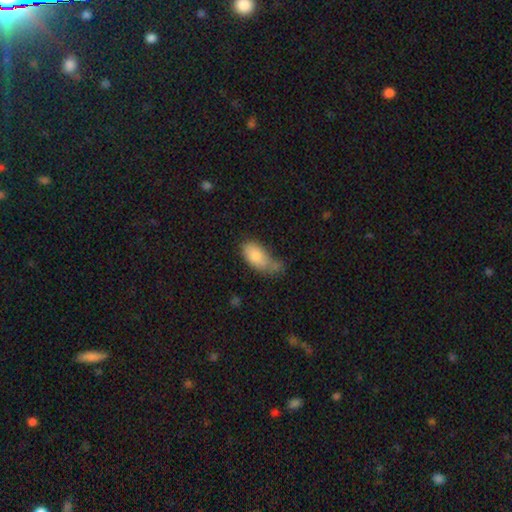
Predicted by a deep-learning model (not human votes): This appears to be a smooth galaxy with no disk features (82%) that is in between round and cigar-shaped (91%). Merging: none (36%).